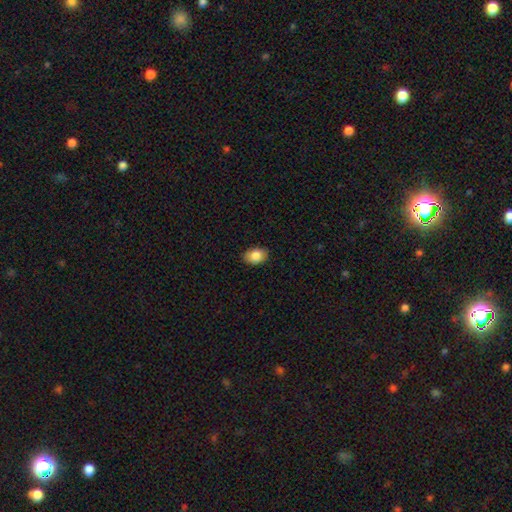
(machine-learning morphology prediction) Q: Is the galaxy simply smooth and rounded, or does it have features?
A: smooth — 85%.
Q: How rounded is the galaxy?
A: in between — 80%.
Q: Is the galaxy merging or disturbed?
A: none — 87%.